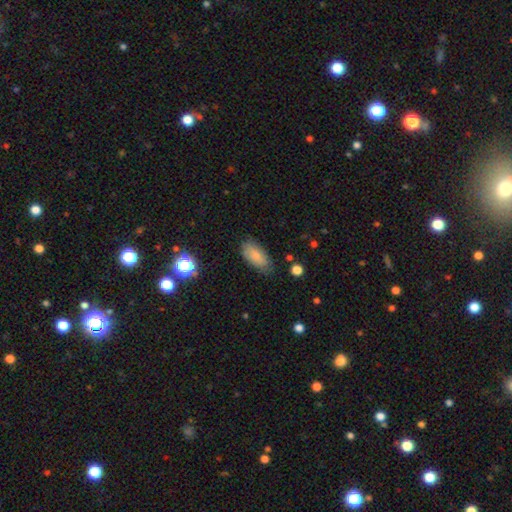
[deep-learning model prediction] Morphology: type=smooth (73%); roundness=in between (91%); merging=none (75%).